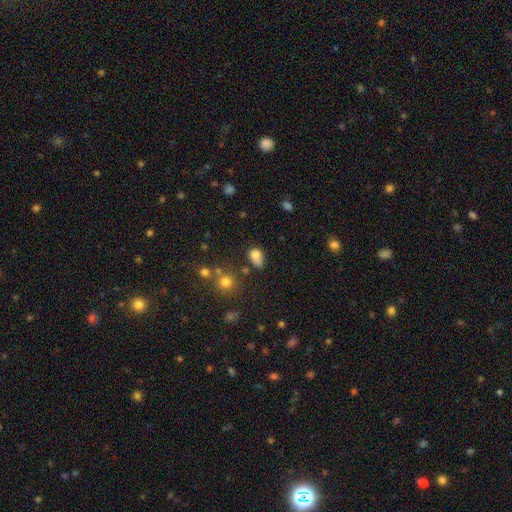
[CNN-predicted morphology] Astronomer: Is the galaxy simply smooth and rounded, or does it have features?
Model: smooth — 78%.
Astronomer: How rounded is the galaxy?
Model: in between — 76%.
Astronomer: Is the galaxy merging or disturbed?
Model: none — 39% (runner-up: minor disturbance, 35%).